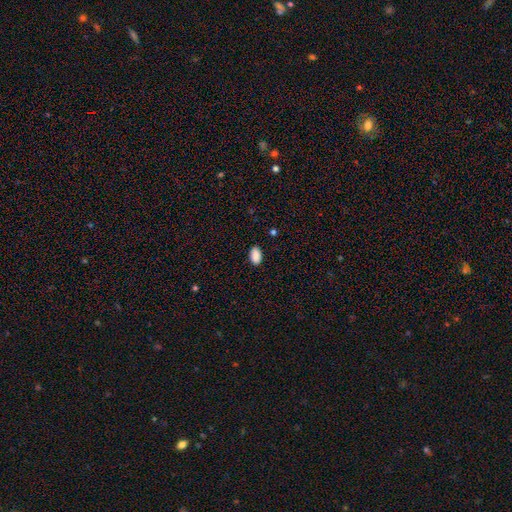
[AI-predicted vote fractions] A smooth galaxy with no disk features (89%) that is in between round and cigar-shaped (93%). Merging: none (87%).